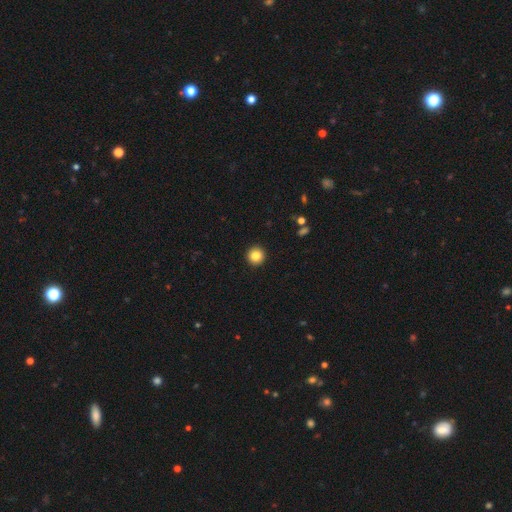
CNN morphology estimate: Smooth or featured? Predicted: smooth (p=0.84). How rounded? Predicted: round (p=0.96). Merging? Predicted: none (p=0.94).